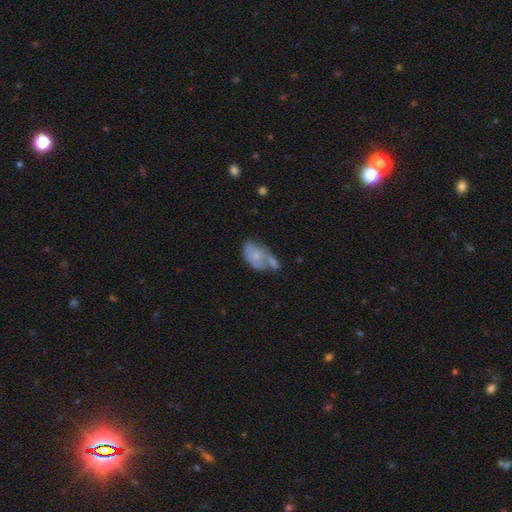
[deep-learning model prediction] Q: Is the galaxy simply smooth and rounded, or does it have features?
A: smooth — 57%.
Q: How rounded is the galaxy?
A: in between — 91%.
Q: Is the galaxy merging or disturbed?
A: merger — 39%.